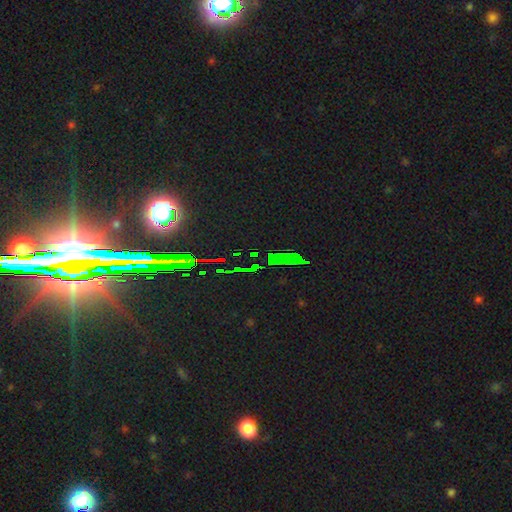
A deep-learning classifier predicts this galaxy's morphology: Smooth or featured? Predicted: star or artifact (p=0.78).